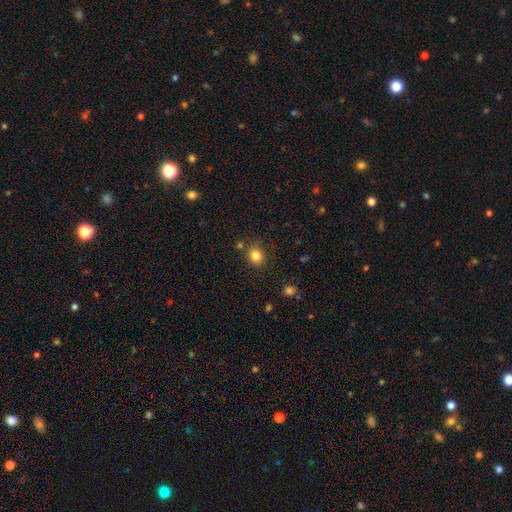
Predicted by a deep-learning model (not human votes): Smooth or featured? smooth (83%)
How rounded? round (78%)
Merging? none (81%)